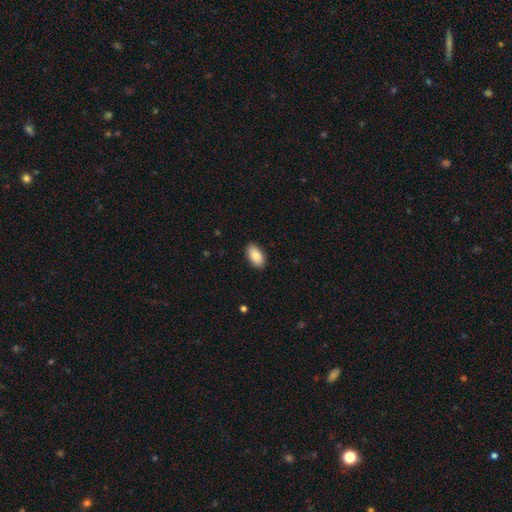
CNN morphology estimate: Q: Smooth or featured?
A: smooth (88%); runner-up: star or artifact (6%)
Q: How rounded?
A: in between (95%); runner-up: round (3%)
Q: Merging?
A: none (89%); runner-up: minor disturbance (8%)